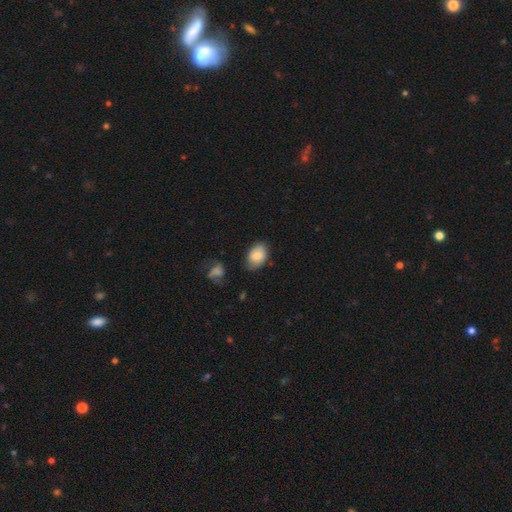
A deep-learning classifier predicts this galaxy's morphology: This is clearly a smooth galaxy (81%). How rounded: clearly in between (84%). Merging: likely none (73%).